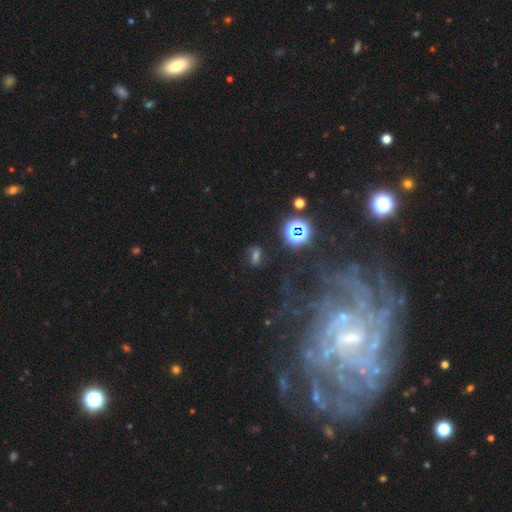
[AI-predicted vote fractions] smooth-or-featured: smooth: 41% | star or artifact: 34% | featured or disk: 25%
  merging: none: 74% | minor disturbance: 15% | major disturbance: 8% | merger: 3%